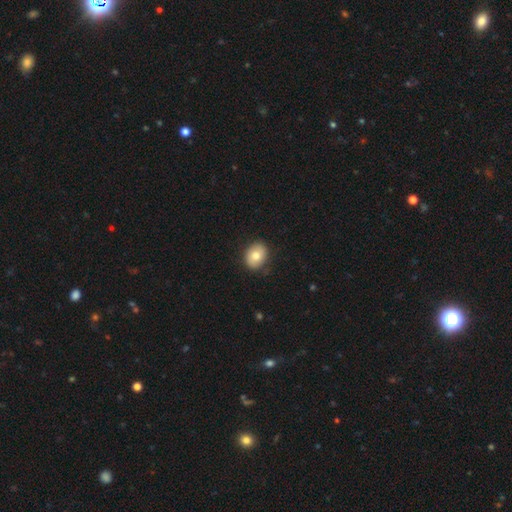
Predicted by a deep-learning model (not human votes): smooth_or_featured: smooth (p=0.77) [alt: featured or disk p=0.15]
how_rounded: in between (p=0.57) [alt: round p=0.42]
merging: none (p=0.84) [alt: minor disturbance p=0.12]